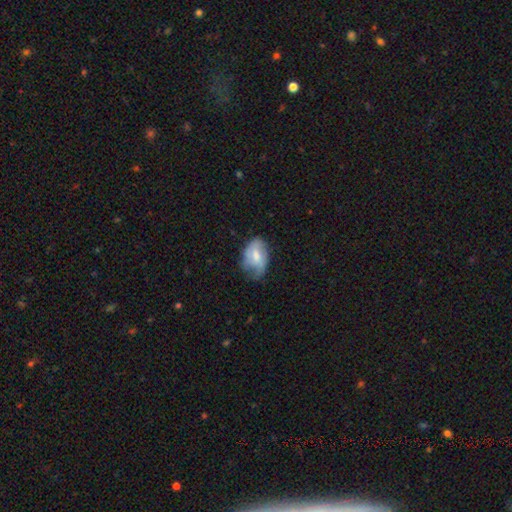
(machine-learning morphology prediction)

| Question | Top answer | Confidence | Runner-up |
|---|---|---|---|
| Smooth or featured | smooth | 56% | featured or disk (37%) |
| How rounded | in between | 85% | round (14%) |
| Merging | none | 40% | tied: minor disturbance (40%) |